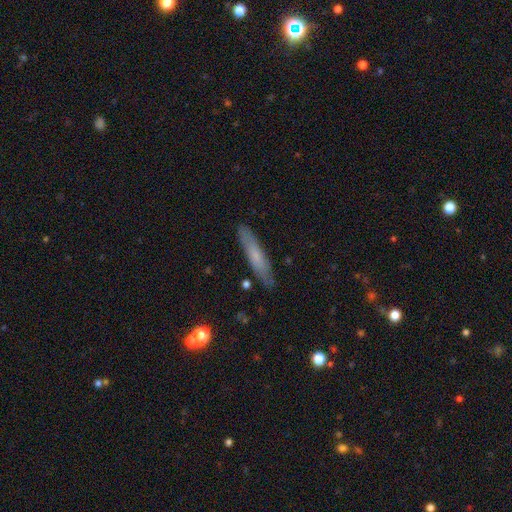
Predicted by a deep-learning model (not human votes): Smooth or featured: smooth — 62% (featured or disk — 32%)
How rounded: cigar-shaped — 89% (in between — 10%)
Merging: none — 86% (minor disturbance — 10%)